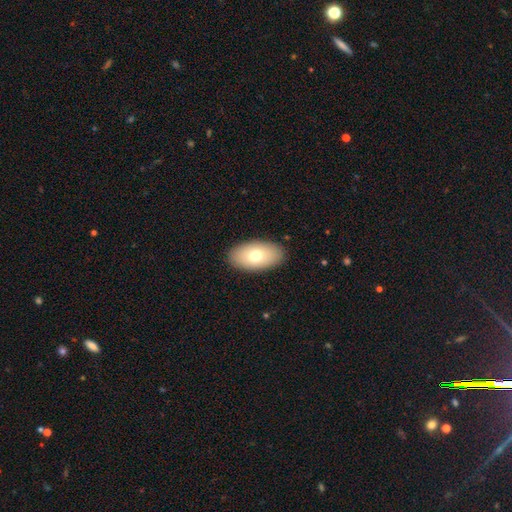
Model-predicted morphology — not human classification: A smooth galaxy with no disk features (72%) that is in between round and cigar-shaped (94%).

Vote fractions:
- Smooth or featured? smooth: 72% / featured or disk: 21% / star or artifact: 7%
- How rounded? in between: 94% / round: 4% / cigar-shaped: 2%
- Merging? none: 88% / minor disturbance: 8% / major disturbance: 2% / merger: 1%